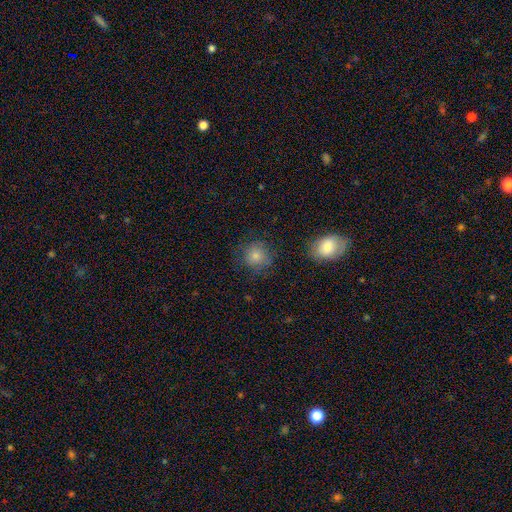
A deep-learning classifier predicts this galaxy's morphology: smooth-or-featured: smooth: 76% | star or artifact: 14% | featured or disk: 10%
  how-rounded: round: 86% | in between: 13% | cigar-shaped: 1%
  merging: none: 79% | minor disturbance: 14% | major disturbance: 5% | merger: 3%